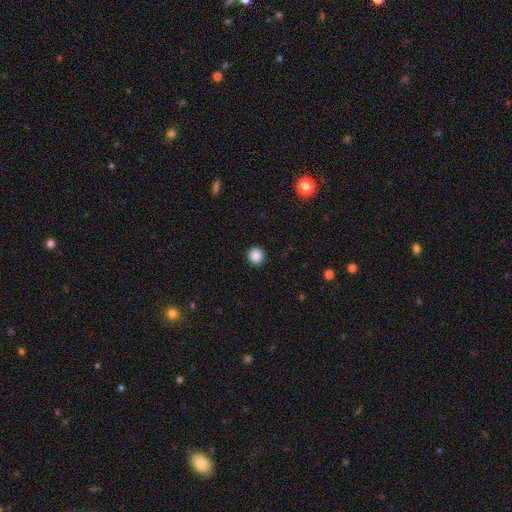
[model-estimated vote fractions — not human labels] A smooth galaxy with no disk features (87%) that is round (95%).

Vote fractions:
- Smooth or featured? smooth: 87% / star or artifact: 10% / featured or disk: 3%
- How rounded? round: 95% / in between: 4% / cigar-shaped: 1%
- Merging? none: 93% / minor disturbance: 4% / major disturbance: 1% / merger: 1%